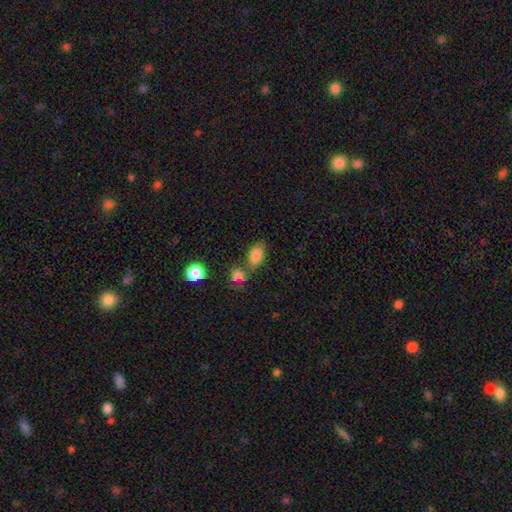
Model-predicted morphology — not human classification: A smooth galaxy with no disk features (82%) that is in between round and cigar-shaped (86%). Merging: none (58%).